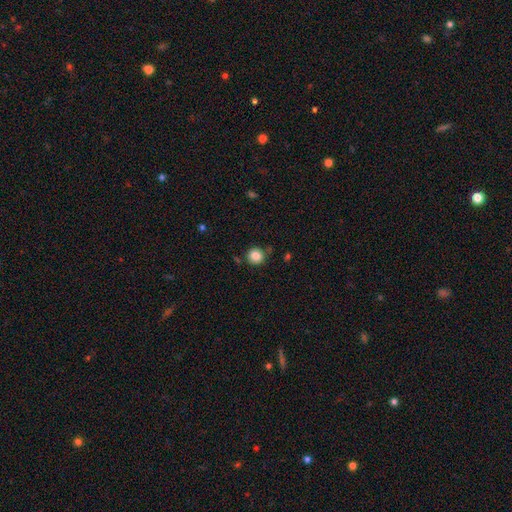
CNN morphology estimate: Smooth or featured? Predicted: smooth (p=0.85). How rounded? Predicted: round (p=0.92). Merging? Predicted: none (p=0.84).